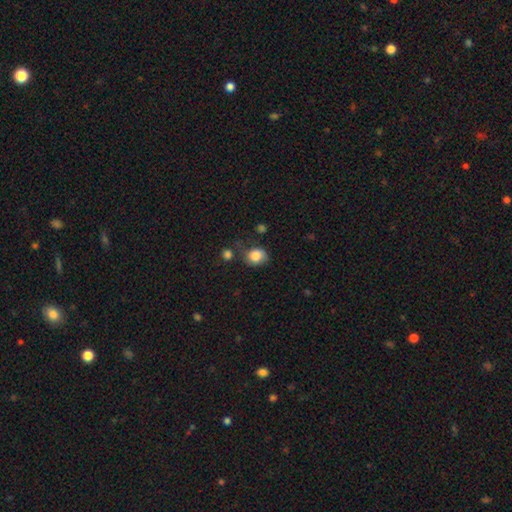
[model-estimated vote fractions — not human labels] Smooth or featured? Predicted: smooth (p=0.83). How rounded? Predicted: round (p=0.63). Merging? Predicted: none (p=0.59).